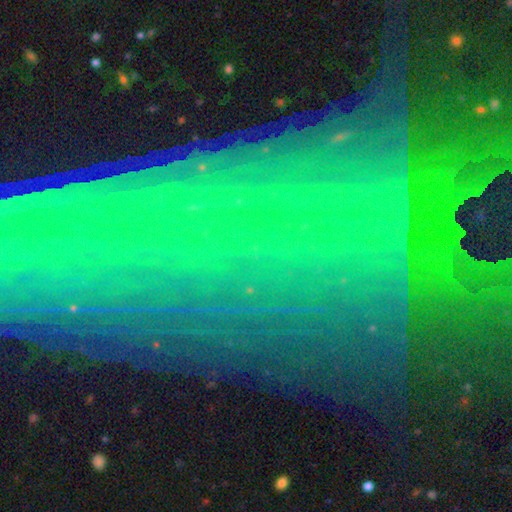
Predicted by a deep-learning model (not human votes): A star or artifact, not a galaxy (79%).